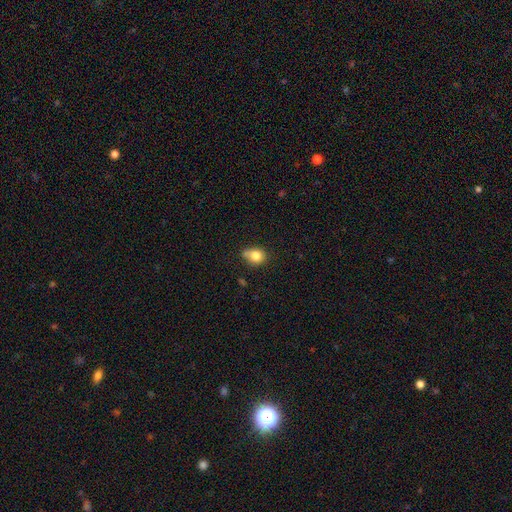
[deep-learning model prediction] Q: Smooth or featured?
A: smooth (80%); runner-up: star or artifact (10%)
Q: How rounded?
A: round (63%); runner-up: in between (36%)
Q: Merging?
A: none (51%); runner-up: minor disturbance (26%)